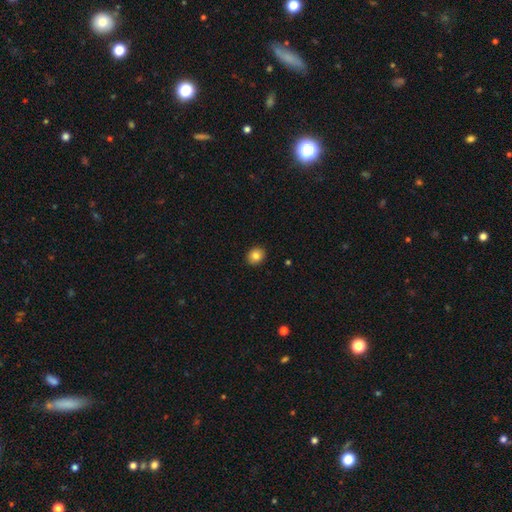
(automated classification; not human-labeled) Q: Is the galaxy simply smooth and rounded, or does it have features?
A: smooth — 83%.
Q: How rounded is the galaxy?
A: round — 68%.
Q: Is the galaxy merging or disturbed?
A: none — 91%.